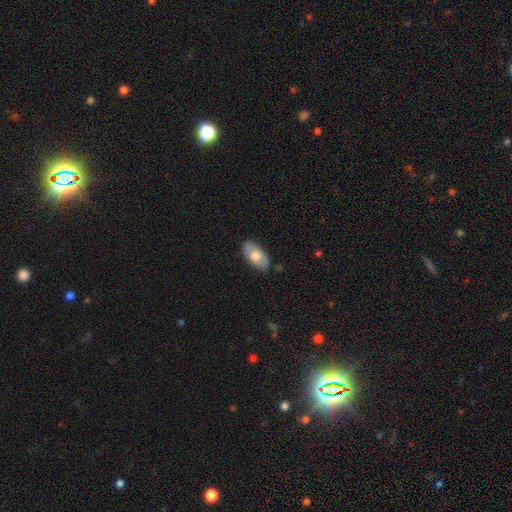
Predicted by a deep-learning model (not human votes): Overall: smooth (66%; featured or disk 28%). How rounded: in between (93%). Merging: none (82%).